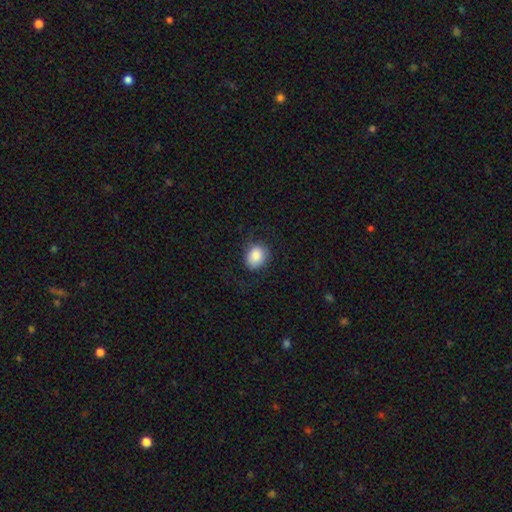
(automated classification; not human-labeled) A smooth galaxy with no disk features (86%) that is round (54%).

Vote fractions:
- Smooth or featured? smooth: 86% / star or artifact: 8% / featured or disk: 6%
- How rounded? round: 54% / in between: 45% / cigar-shaped: 1%
- Merging? none: 77% / minor disturbance: 16% / major disturbance: 7% / merger: 1%